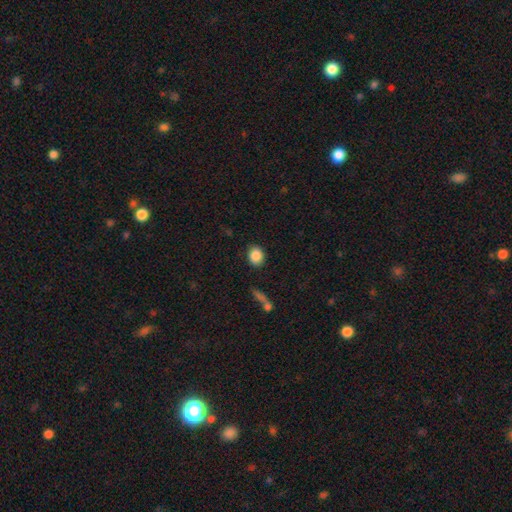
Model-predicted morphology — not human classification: smooth-or-featured: smooth: 88% | star or artifact: 8% | featured or disk: 4%
  how-rounded: round: 59% | in between: 40% | cigar-shaped: 1%
  merging: none: 88% | minor disturbance: 8% | major disturbance: 3% | merger: 2%